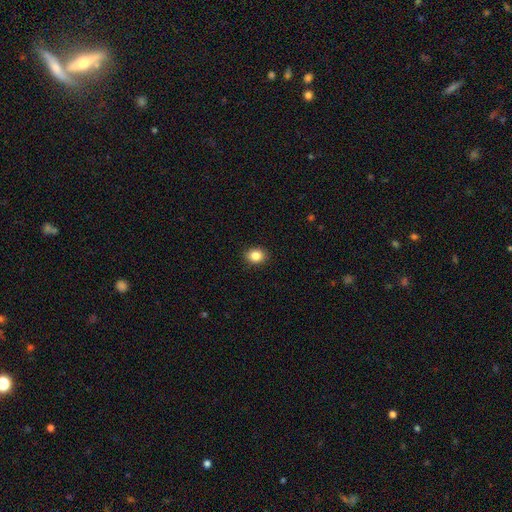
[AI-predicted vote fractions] This appears to be a smooth galaxy with no disk features (85%) that is round (56%). Merging: none (91%).